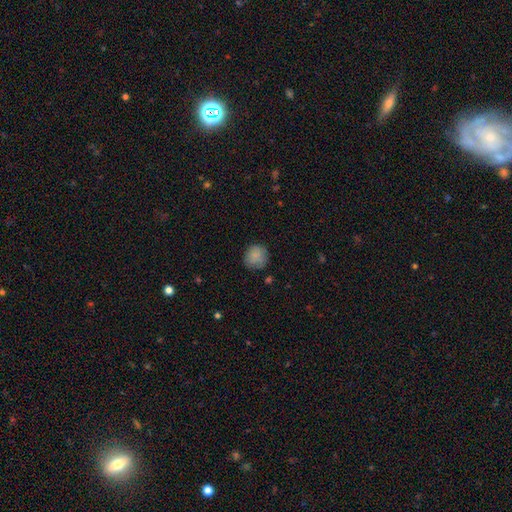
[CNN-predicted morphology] A smooth galaxy with no disk features (85%) that is round (87%). Merging: none (78%).